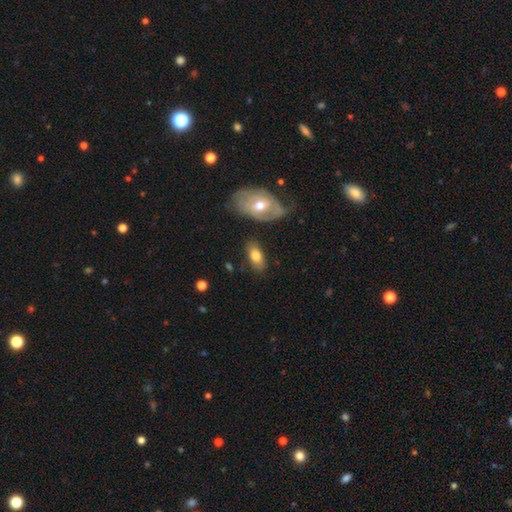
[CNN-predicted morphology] The model was most divided on "smooth or featured": smooth: 75%, featured or disk: 19%, star or artifact: 7%. More confident: how rounded — in between (90%); merging — none (75%).